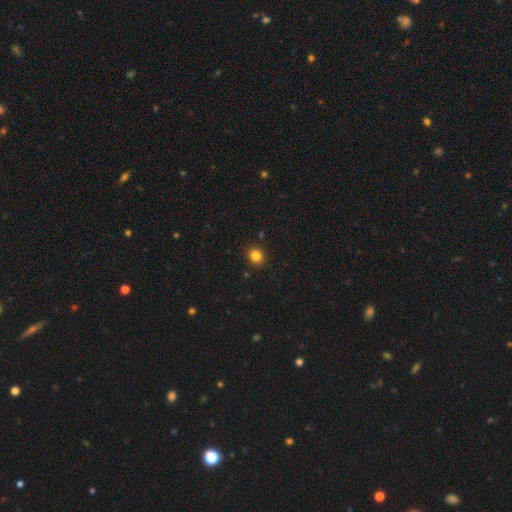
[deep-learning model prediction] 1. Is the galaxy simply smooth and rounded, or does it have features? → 83% smooth, 12% star or artifact, 5% featured or disk.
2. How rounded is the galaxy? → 80% round, 19% in between, 1% cigar-shaped.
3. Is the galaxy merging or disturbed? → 90% none, 7% minor disturbance, 2% major disturbance, 2% merger.